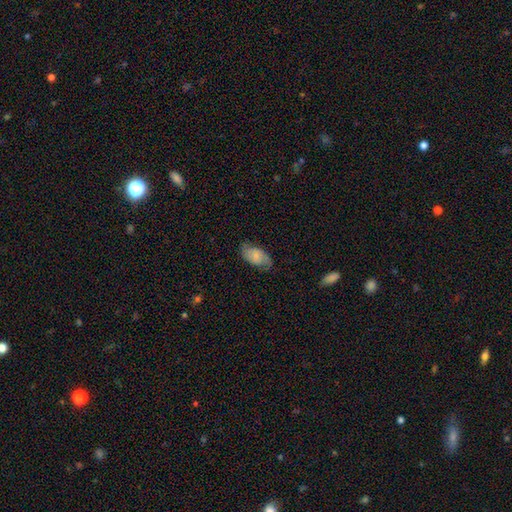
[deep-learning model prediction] A smooth galaxy with no disk features (48%). Merging: none (74%).